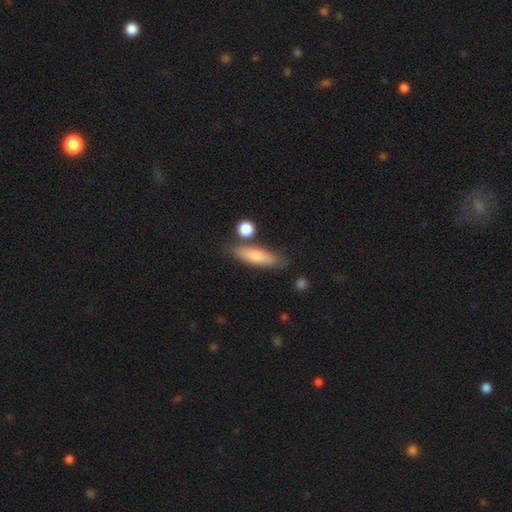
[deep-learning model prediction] Smooth or featured? smooth (73%)
How rounded? cigar-shaped (58%)
Merging? none (73%)